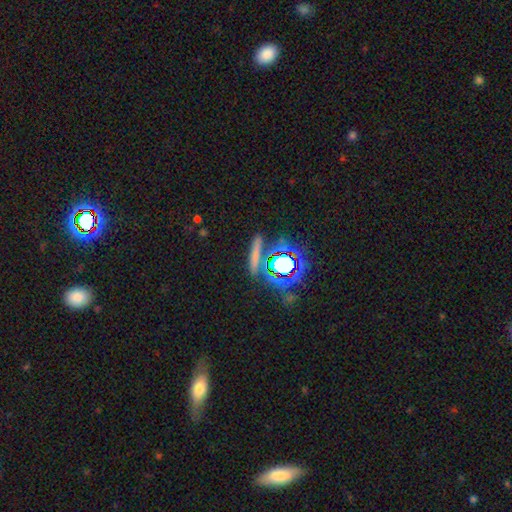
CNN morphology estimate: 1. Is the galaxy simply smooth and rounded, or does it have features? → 52% smooth, 30% star or artifact, 18% featured or disk.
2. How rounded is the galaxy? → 73% cigar-shaped, 14% round, 13% in between.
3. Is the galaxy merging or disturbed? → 80% none, 10% minor disturbance, 6% merger, 4% major disturbance.